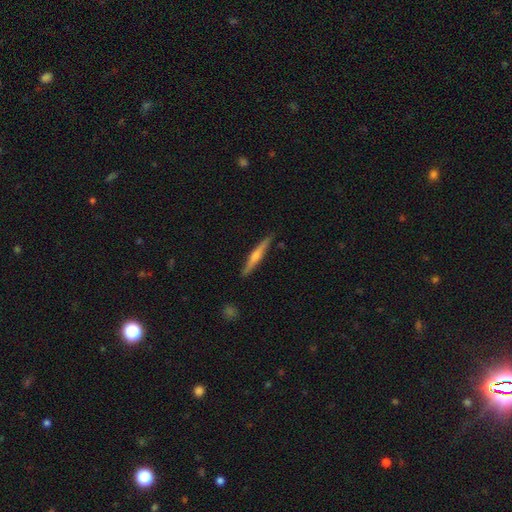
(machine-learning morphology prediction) featured or disk 69%, smooth 26%, star or artifact 6%. Down the decision tree: edge-on disk — yes (98%); edge-on bulge — rounded (83%); merging — none (91%).